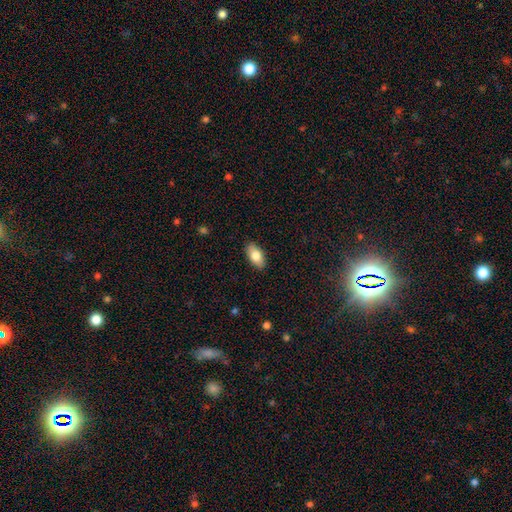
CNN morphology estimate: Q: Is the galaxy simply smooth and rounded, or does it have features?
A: smooth — 81%.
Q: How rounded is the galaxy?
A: in between — 93%.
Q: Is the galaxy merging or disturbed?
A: none — 89%.